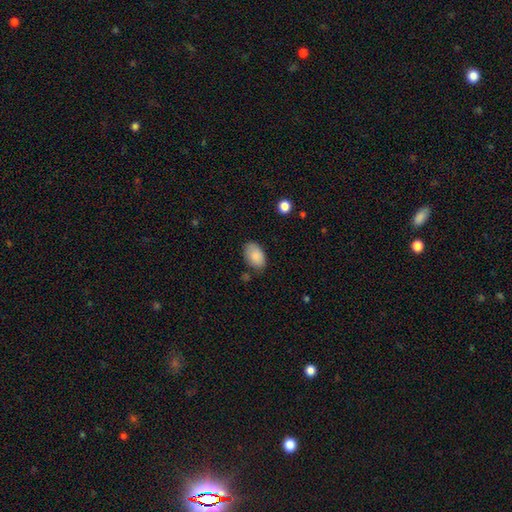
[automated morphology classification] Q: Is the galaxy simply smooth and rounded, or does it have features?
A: smooth — 87%.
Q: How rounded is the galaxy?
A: in between — 90%.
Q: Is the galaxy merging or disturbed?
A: none — 73%.